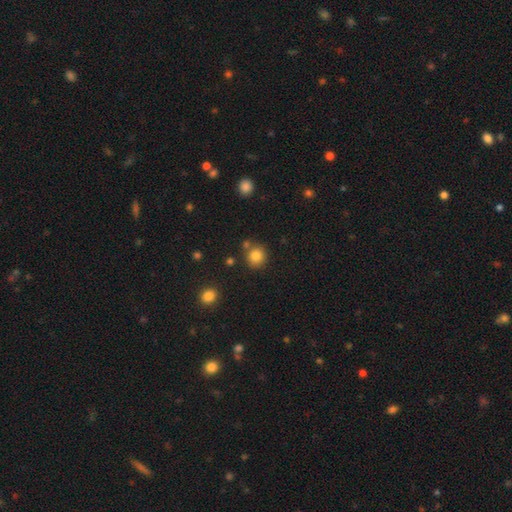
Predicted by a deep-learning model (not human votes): This is clearly a smooth galaxy (83%). How rounded: clearly round (88%). Merging: likely none (76%).